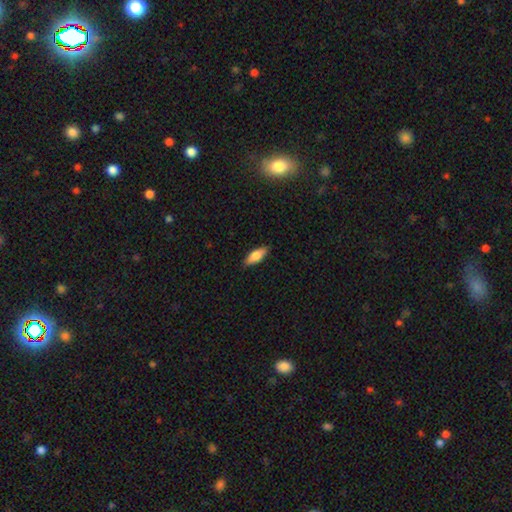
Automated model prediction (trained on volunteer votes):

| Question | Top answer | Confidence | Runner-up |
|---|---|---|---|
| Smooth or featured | smooth | 79% | featured or disk (15%) |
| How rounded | in between | 70% | cigar-shaped (28%) |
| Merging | none | 86% | minor disturbance (11%) |